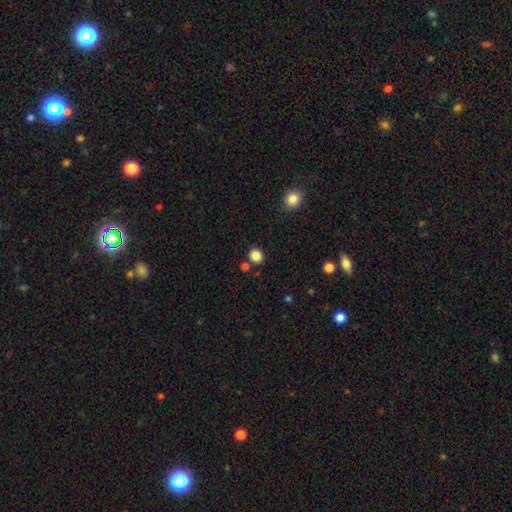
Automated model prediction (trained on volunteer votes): smooth_or_featured: smooth (p=0.86) [alt: star or artifact p=0.11]
how_rounded: round (p=0.65) [alt: in between p=0.34]
merging: none (p=0.81) [alt: minor disturbance p=0.08]